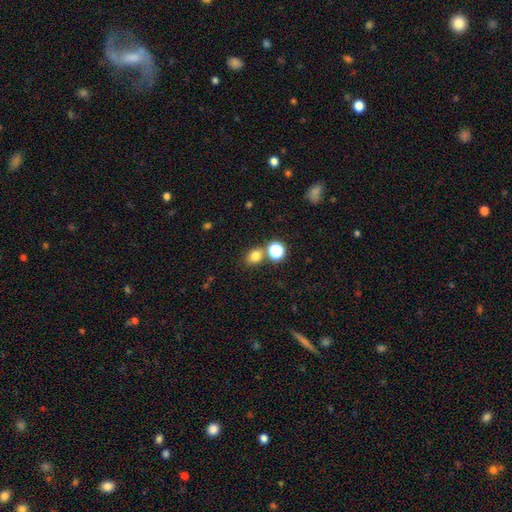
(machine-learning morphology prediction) type=smooth (76%); roundness=round (59%); merging=none (69%).